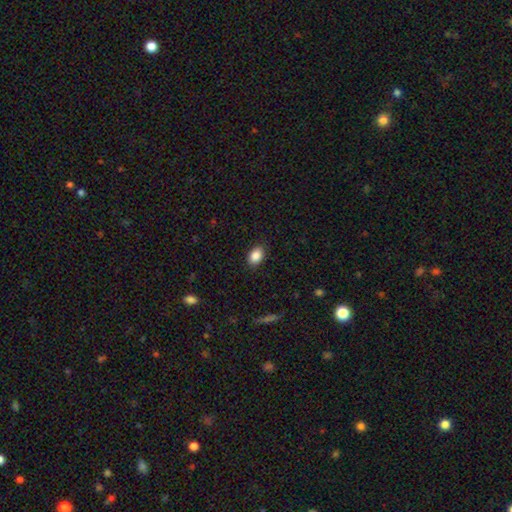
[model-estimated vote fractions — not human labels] Smooth or featured? smooth (88%)
How rounded? in between (83%)
Merging? none (87%)